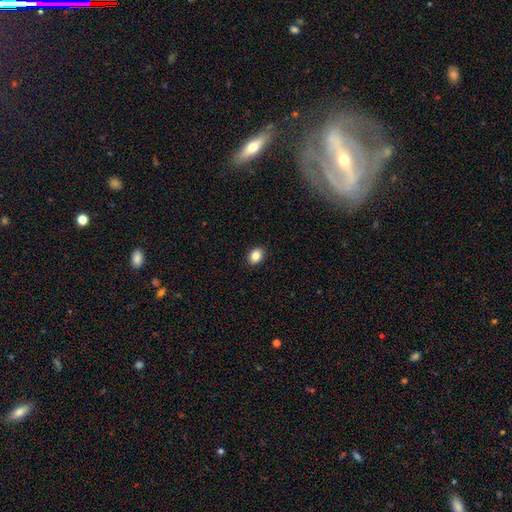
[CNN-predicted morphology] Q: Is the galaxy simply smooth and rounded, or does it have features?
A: smooth — 85%.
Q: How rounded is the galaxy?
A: in between — 68%.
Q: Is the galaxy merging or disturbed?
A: none — 90%.